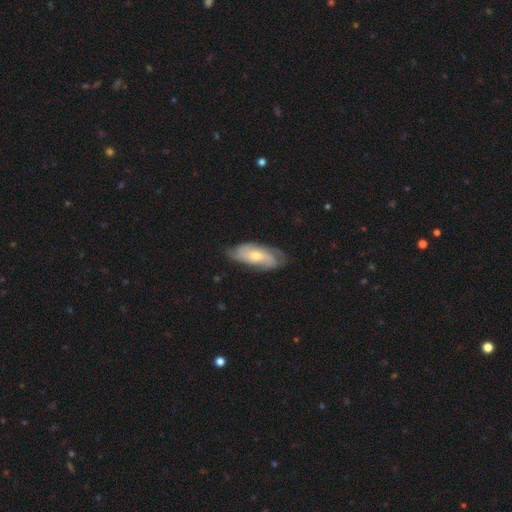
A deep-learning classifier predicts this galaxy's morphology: A featured or disk galaxy (55%).

Vote fractions:
- Smooth or featured? featured or disk: 55% / smooth: 39% / star or artifact: 6%
- Edge-on disk? no: 87% / yes: 13%
- Merging? none: 67% / minor disturbance: 25% / major disturbance: 7% / merger: 1%